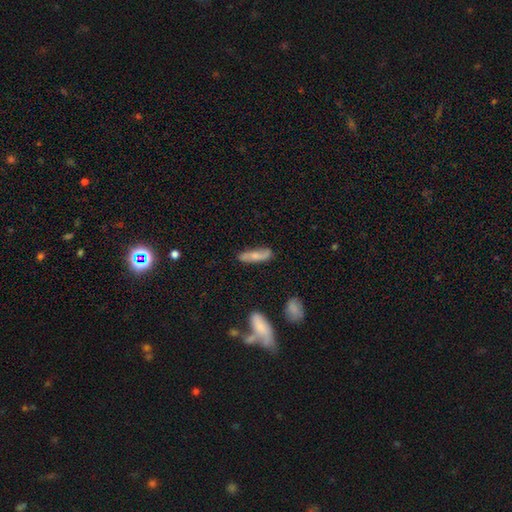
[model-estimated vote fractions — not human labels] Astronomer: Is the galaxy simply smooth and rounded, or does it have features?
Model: smooth — 54% (runner-up: featured or disk, 39%).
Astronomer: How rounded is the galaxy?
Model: cigar-shaped — 58% (runner-up: in between, 39%).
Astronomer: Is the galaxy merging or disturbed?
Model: none — 74%.